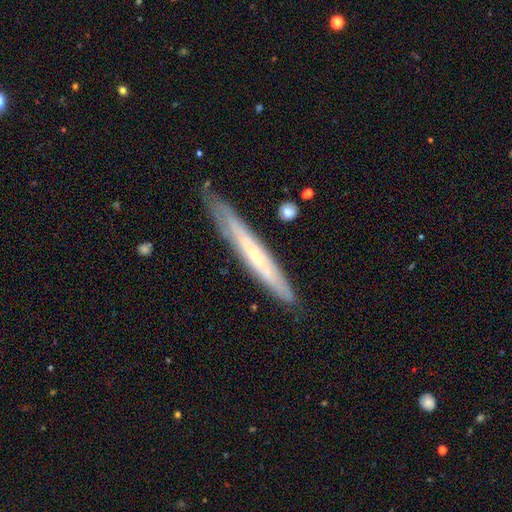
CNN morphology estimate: The model was most divided on "edge-on bulge": rounded: 58%, none: 40%, boxy: 2%. More confident: merging — none (81%); edge-on disk — yes (77%); smooth or featured — featured or disk (68%).